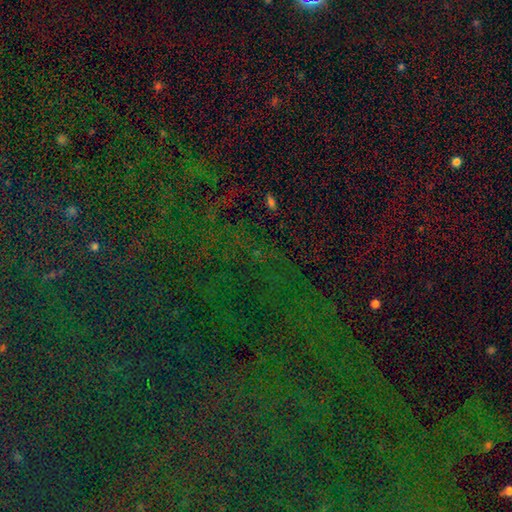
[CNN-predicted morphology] Smooth or featured? Predicted: star or artifact (p=0.83).